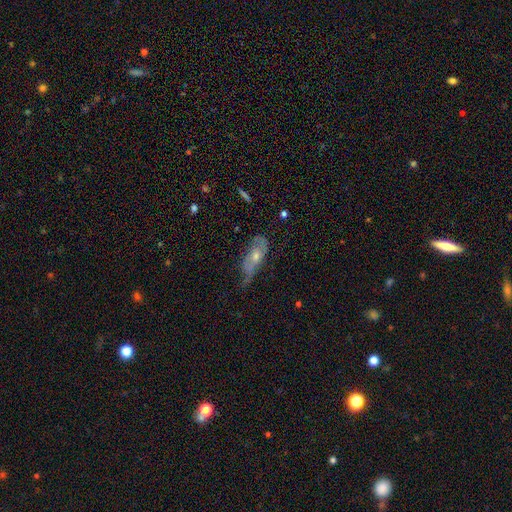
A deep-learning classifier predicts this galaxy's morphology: Smooth or featured: featured or disk — 61% (smooth — 30%)
Edge-on disk: no — 78% (yes — 22%)
Merging: none — 48% (minor disturbance — 35%)